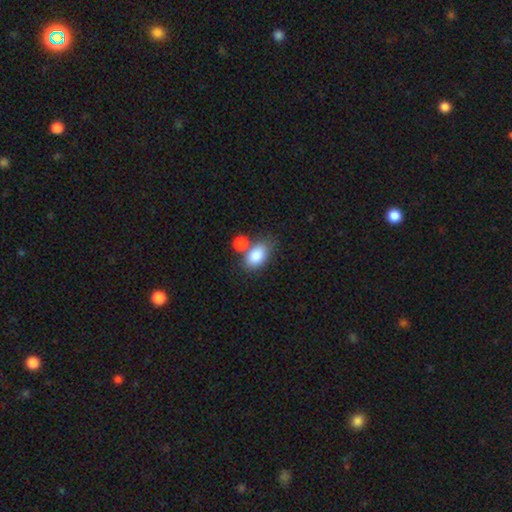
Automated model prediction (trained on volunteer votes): The model was most divided on "merging": none: 49%, merger: 32%, minor disturbance: 14%, major disturbance: 5%. More confident: how rounded — in between (86%); smooth or featured — smooth (84%).